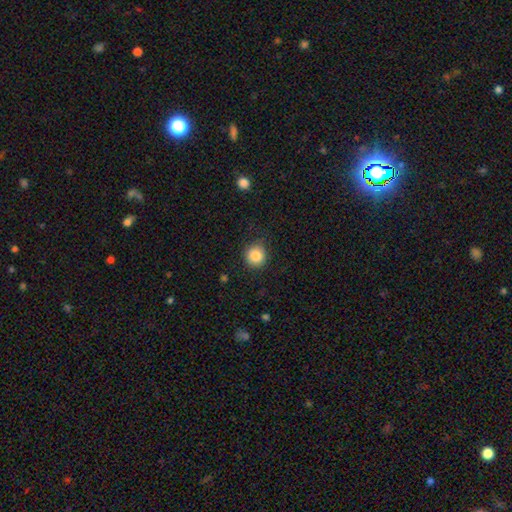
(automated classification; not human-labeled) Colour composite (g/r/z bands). It shows a smooth galaxy with no disk features (85%) that is round (91%). Merging: none (83%).